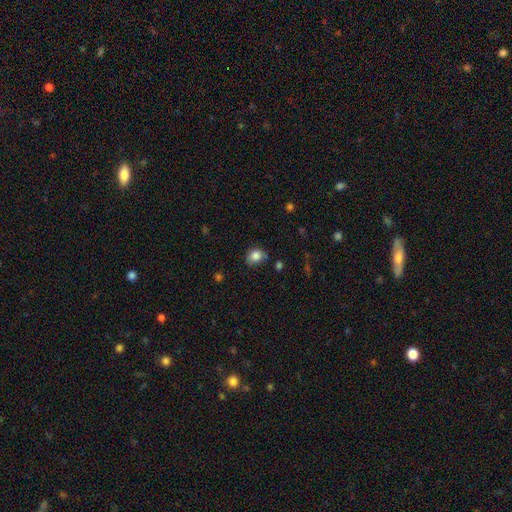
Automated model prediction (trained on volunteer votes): Smooth or featured? Predicted: smooth (p=0.83). How rounded? Predicted: round (p=0.53). Merging? Predicted: none (p=0.65).